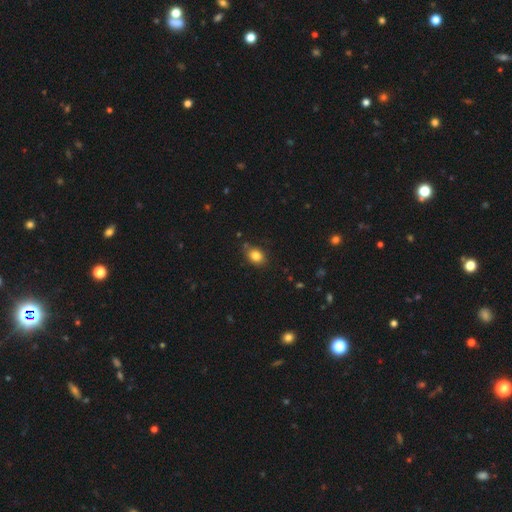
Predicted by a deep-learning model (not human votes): smooth_or_featured: smooth (p=0.84) [alt: star or artifact p=0.10]
how_rounded: in between (p=0.62) [alt: round p=0.37]
merging: none (p=0.81) [alt: minor disturbance p=0.14]